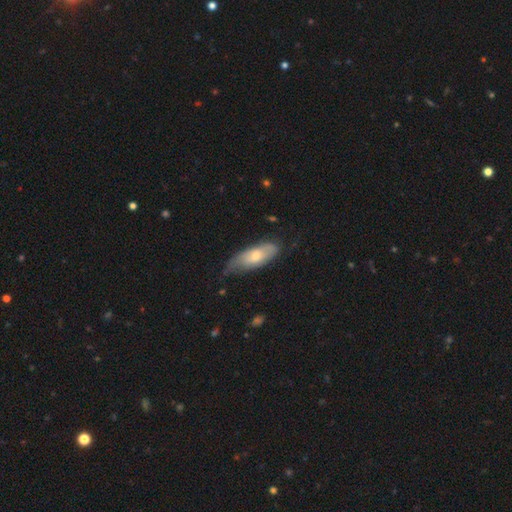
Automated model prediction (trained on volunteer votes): A smooth galaxy with no disk features (57%) that is in between round and cigar-shaped (71%).

Vote fractions:
- Smooth or featured? smooth: 57% / featured or disk: 37% / star or artifact: 6%
- How rounded? in between: 71% / cigar-shaped: 27% / round: 2%
- Merging? none: 51% / minor disturbance: 37% / major disturbance: 10% / merger: 2%